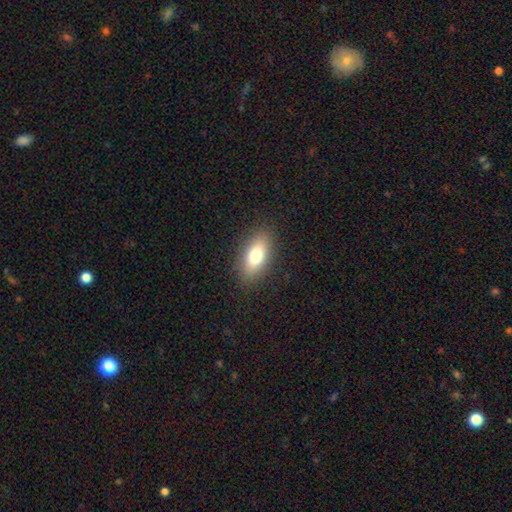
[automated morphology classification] Overall: smooth (75%). How rounded: in between (84%). Merging: none (87%).